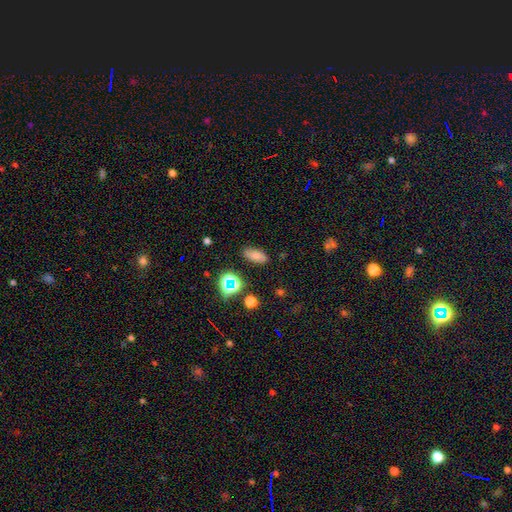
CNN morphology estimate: Smooth or featured? Predicted: smooth (p=0.71). How rounded? Predicted: in between (p=0.86). Merging? Predicted: none (p=0.82).